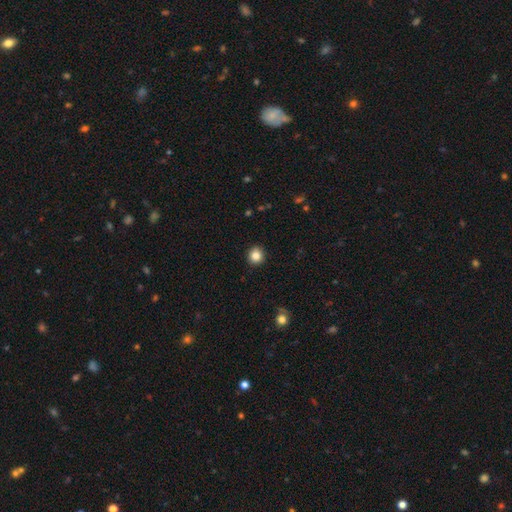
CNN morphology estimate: smooth 84%, star or artifact 11%, featured or disk 5%. Down the decision tree: how rounded — round (88%); merging — none (91%).